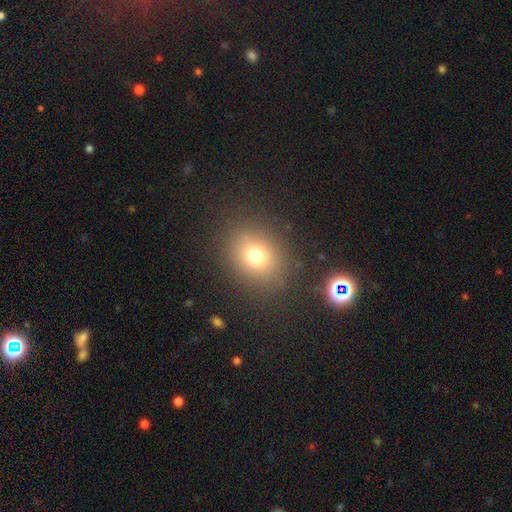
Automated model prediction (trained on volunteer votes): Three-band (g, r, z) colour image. It shows a smooth galaxy with no disk features (73%) that is round (64%). Merging: none (85%).